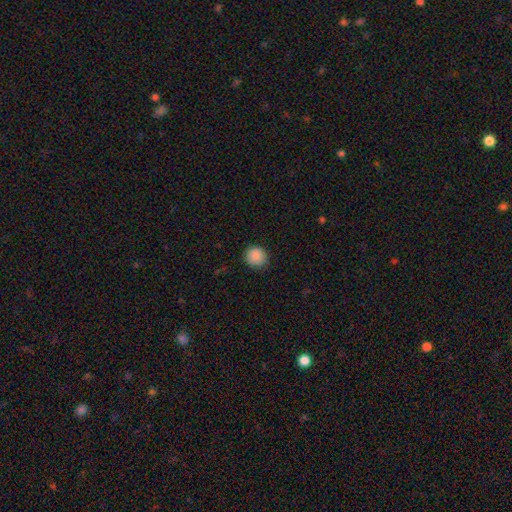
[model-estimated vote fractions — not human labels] A smooth galaxy with no disk features (88%) that is round (87%). Merging: none (85%).